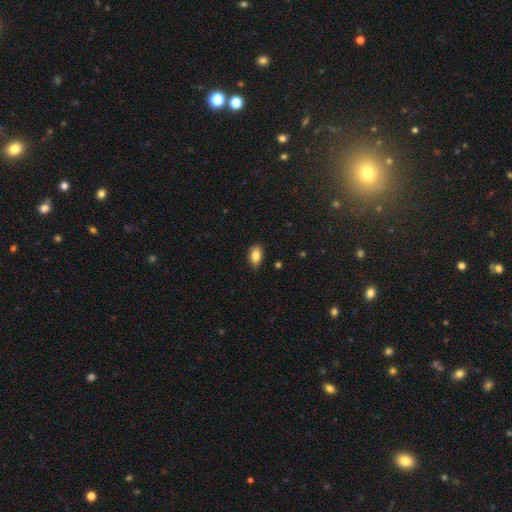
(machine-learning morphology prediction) Q: Smooth or featured?
A: smooth (84%); runner-up: featured or disk (8%)
Q: How rounded?
A: in between (89%); runner-up: round (8%)
Q: Merging?
A: none (80%); runner-up: minor disturbance (16%)